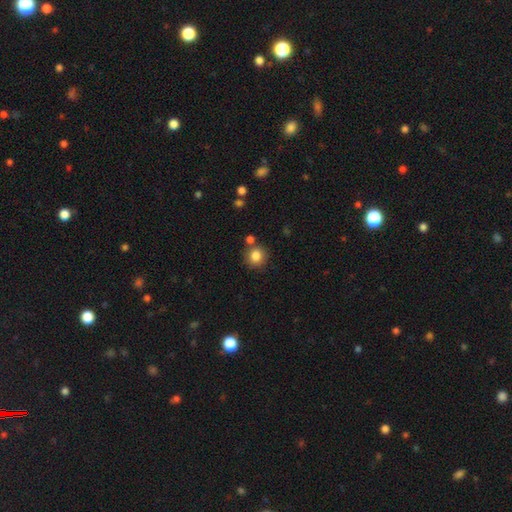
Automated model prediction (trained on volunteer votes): smooth_or_featured: smooth (p=0.84) [alt: star or artifact p=0.10]
how_rounded: round (p=0.88) [alt: in between p=0.11]
merging: none (p=0.78) [alt: minor disturbance p=0.10]